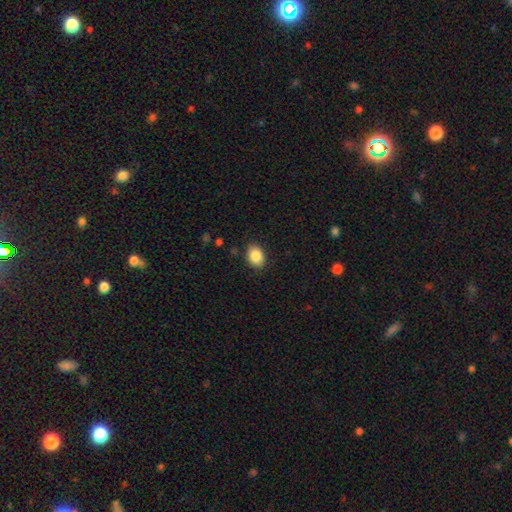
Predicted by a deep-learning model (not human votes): Smooth or featured: smooth — 86% (star or artifact — 8%)
How rounded: in between — 70% (round — 29%)
Merging: none — 87% (minor disturbance — 9%)